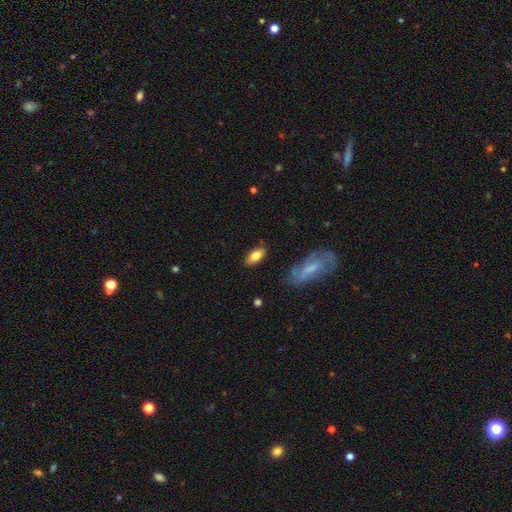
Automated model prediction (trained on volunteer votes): A smooth galaxy with no disk features (76%) that is in between round and cigar-shaped (87%).

Vote fractions:
- Smooth or featured? smooth: 76% / featured or disk: 18% / star or artifact: 7%
- How rounded? in between: 87% / cigar-shaped: 10% / round: 4%
- Merging? none: 84% / minor disturbance: 12% / major disturbance: 3% / merger: 2%